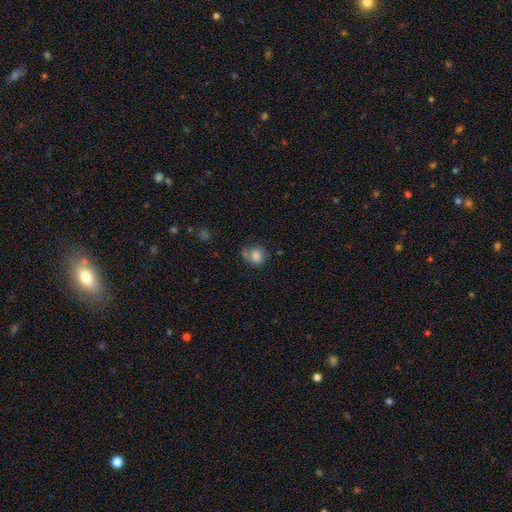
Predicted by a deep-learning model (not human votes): Smooth or featured?
  - smooth: 80% *
  - featured or disk: 11%
  - star or artifact: 9%
How rounded?
  - round: 71% *
  - in between: 28%
  - cigar-shaped: 1%
Merging?
  - none: 51% *
  - minor disturbance: 24%
  - merger: 15%
  - major disturbance: 11%